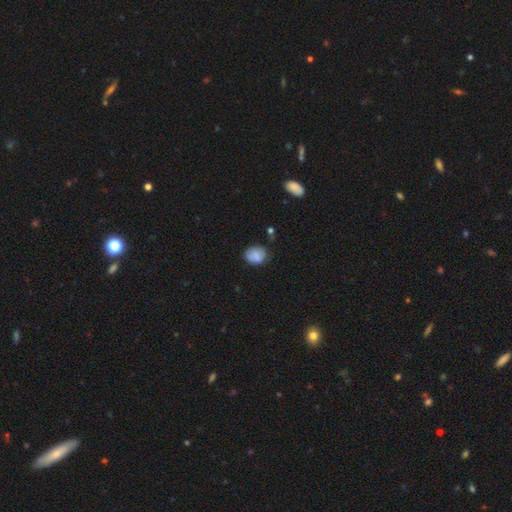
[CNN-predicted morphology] Smooth or featured?
  - smooth: 80% *
  - featured or disk: 11%
  - star or artifact: 9%
How rounded?
  - round: 52% *
  - in between: 47%
  - cigar-shaped: 1%
Merging?
  - none: 64% *
  - minor disturbance: 27%
  - major disturbance: 5%
  - merger: 4%